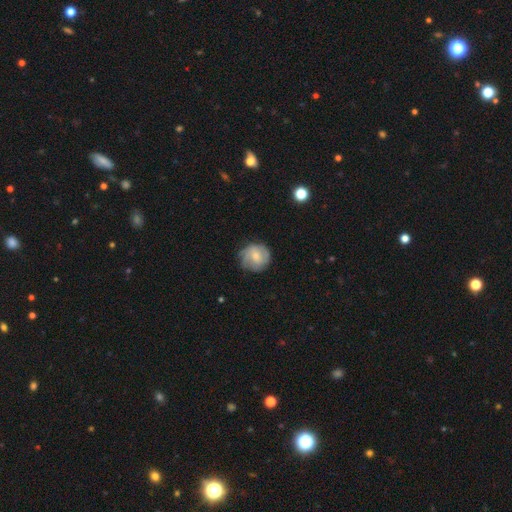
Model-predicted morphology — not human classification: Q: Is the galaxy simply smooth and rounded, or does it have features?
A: smooth — 55%.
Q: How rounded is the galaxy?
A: round — 89%.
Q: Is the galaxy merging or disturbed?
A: none — 73%.